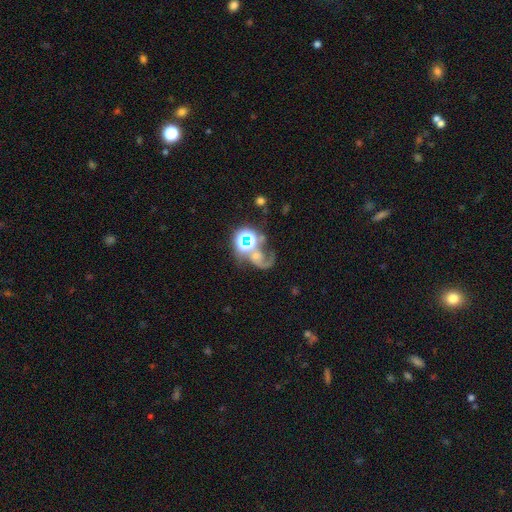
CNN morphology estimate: A featured or disk galaxy (55%) with no bar (61%), spiral arms (84%) and a moderate central bulge (41%). Merging: none (32%).